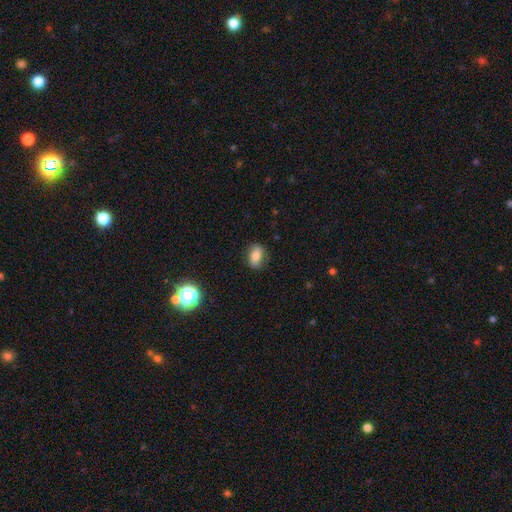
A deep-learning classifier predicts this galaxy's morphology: type=smooth (74%); roundness=in between (79%); merging=none (79%).